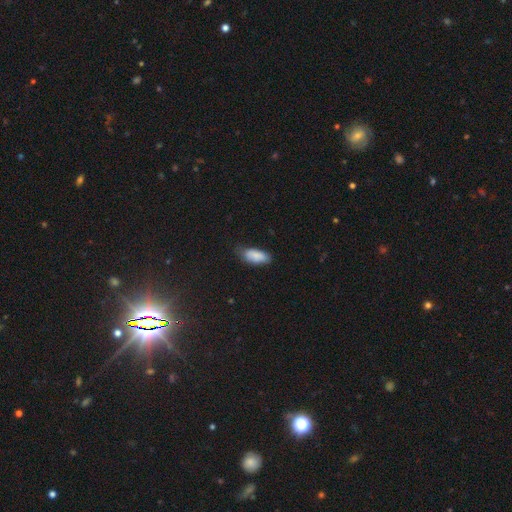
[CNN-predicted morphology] smooth_or_featured: smooth (p=0.85) [alt: featured or disk p=0.08]
how_rounded: in between (p=0.85) [alt: cigar-shaped p=0.13]
merging: none (p=0.66) [alt: minor disturbance p=0.28]